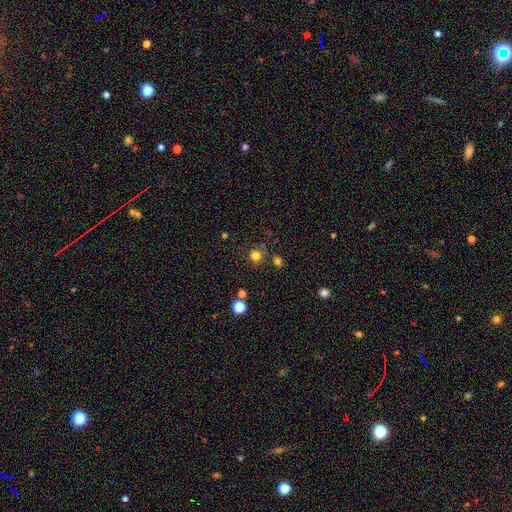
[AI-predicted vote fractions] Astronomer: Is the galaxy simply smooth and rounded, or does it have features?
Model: smooth — 77%.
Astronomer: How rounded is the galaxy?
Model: round — 88%.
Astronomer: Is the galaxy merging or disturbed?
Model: none — 74%.